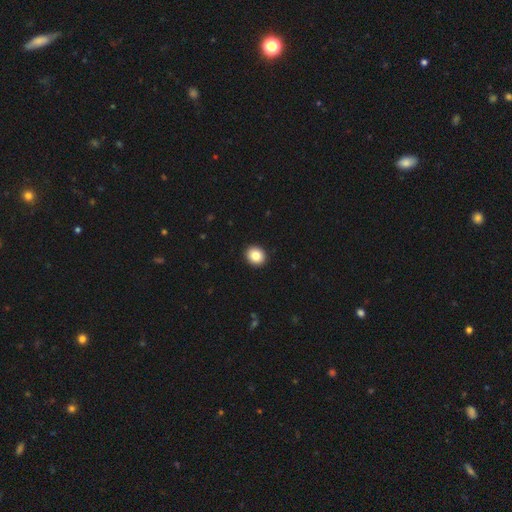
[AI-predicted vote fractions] Q: Smooth or featured?
A: smooth (84%); runner-up: star or artifact (9%)
Q: How rounded?
A: round (73%); runner-up: in between (26%)
Q: Merging?
A: none (93%); runner-up: minor disturbance (5%)